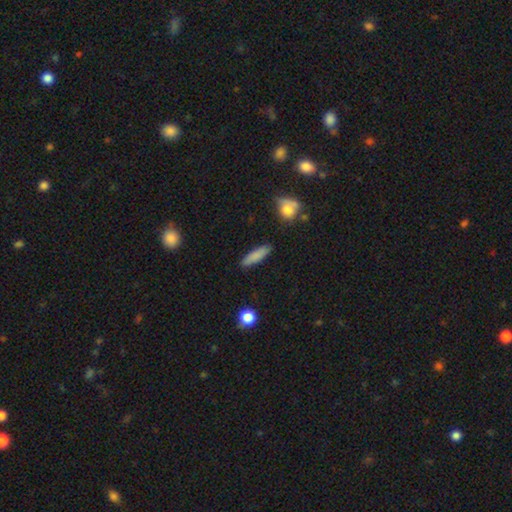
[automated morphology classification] Smooth or featured?
  - smooth: 81% *
  - featured or disk: 11%
  - star or artifact: 7%
How rounded?
  - cigar-shaped: 67% *
  - in between: 30%
  - round: 3%
Merging?
  - none: 86% *
  - minor disturbance: 10%
  - major disturbance: 2%
  - merger: 2%